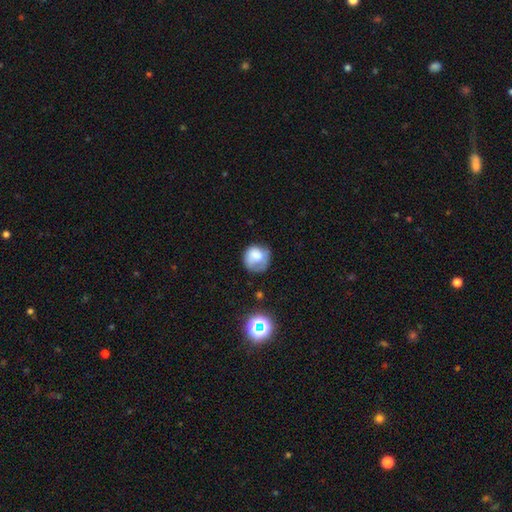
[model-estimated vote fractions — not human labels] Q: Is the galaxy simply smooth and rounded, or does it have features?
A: smooth — 71%.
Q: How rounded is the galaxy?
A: round — 81%.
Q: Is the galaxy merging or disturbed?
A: none — 50%.